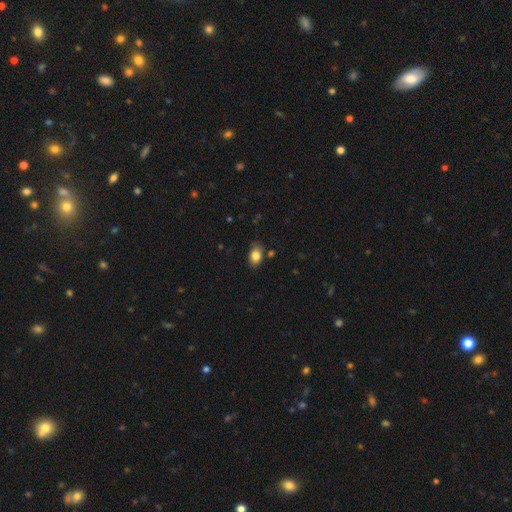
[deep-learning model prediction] Morphology: type=smooth (83%); roundness=in between (86%); merging=none (80%).